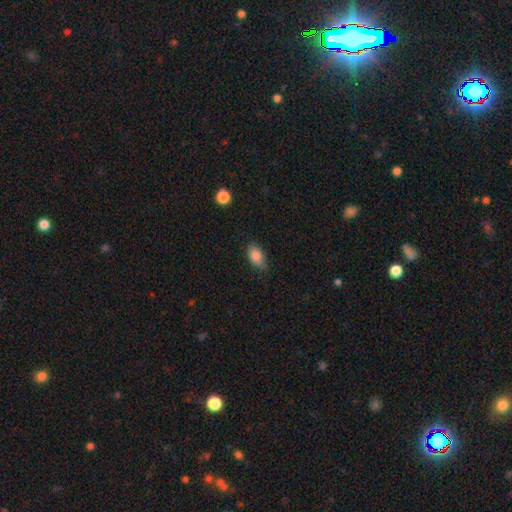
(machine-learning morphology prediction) smooth 85%, star or artifact 8%, featured or disk 7%. Down the decision tree: how rounded — in between (89%); merging — none (68%).